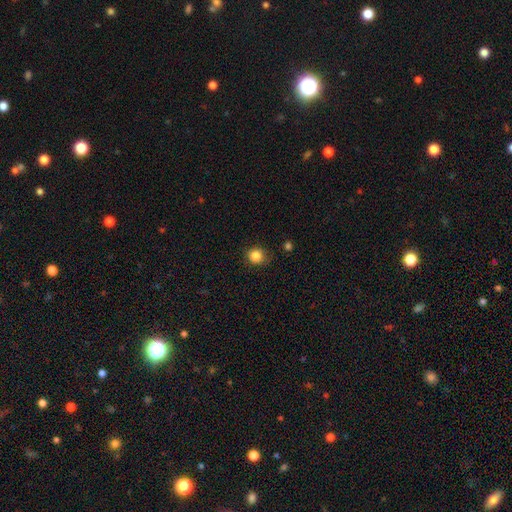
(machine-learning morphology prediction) Smooth or featured? smooth (85%)
How rounded? round (89%)
Merging? none (85%)